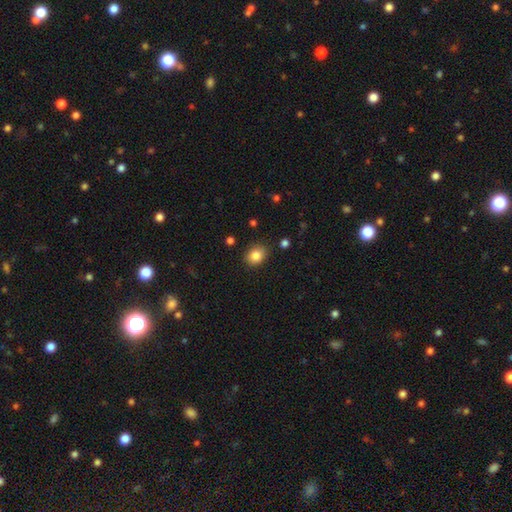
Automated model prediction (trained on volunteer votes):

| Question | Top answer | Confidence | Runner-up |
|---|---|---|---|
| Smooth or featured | smooth | 84% | star or artifact (10%) |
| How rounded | in between | 51% | round (48%) |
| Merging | none | 84% | minor disturbance (12%) |